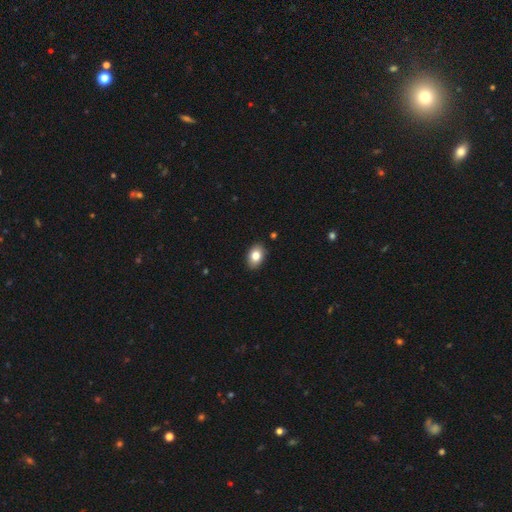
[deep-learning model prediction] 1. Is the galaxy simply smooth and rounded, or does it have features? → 82% smooth, 10% featured or disk, 8% star or artifact.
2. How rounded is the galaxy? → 81% in between, 18% round, 1% cigar-shaped.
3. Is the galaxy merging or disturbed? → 89% none, 8% minor disturbance, 2% major disturbance, 1% merger.